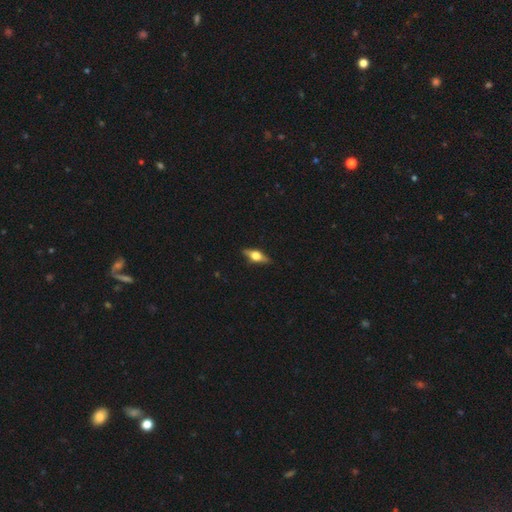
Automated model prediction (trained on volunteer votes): smooth-or-featured: featured or disk: 65% | smooth: 28% | star or artifact: 7%
  disk-edge-on: yes: 96% | no: 4%
    edge-on-bulge: rounded: 94% | boxy: 5% | none: 1%
  merging: none: 87% | minor disturbance: 10% | major disturbance: 2% | merger: 1%